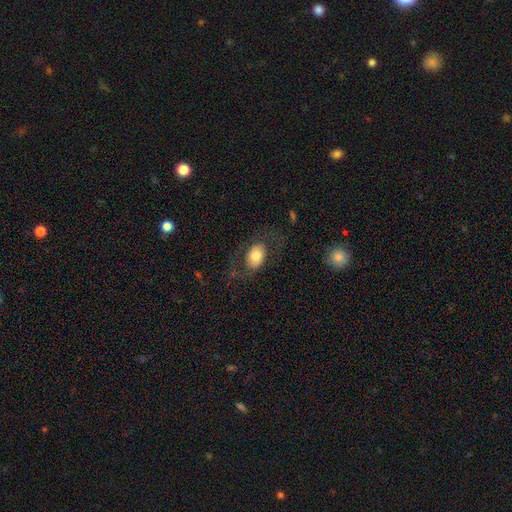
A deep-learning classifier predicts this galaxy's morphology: smooth-or-featured: smooth: 65% | featured or disk: 28% | star or artifact: 7%
  how-rounded: in between: 84% | round: 15% | cigar-shaped: 1%
  merging: none: 69% | major disturbance: 15% | minor disturbance: 15% | merger: 1%